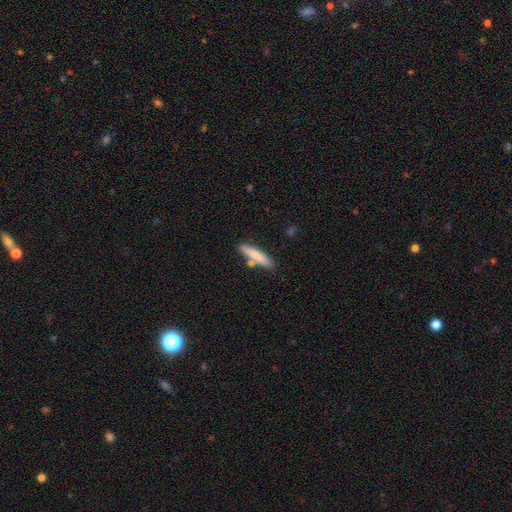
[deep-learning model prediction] smooth-or-featured: smooth: 77% | featured or disk: 17% | star or artifact: 6%
  how-rounded: cigar-shaped: 85% | in between: 14% | round: 2%
  merging: none: 74% | minor disturbance: 12% | merger: 11% | major disturbance: 3%